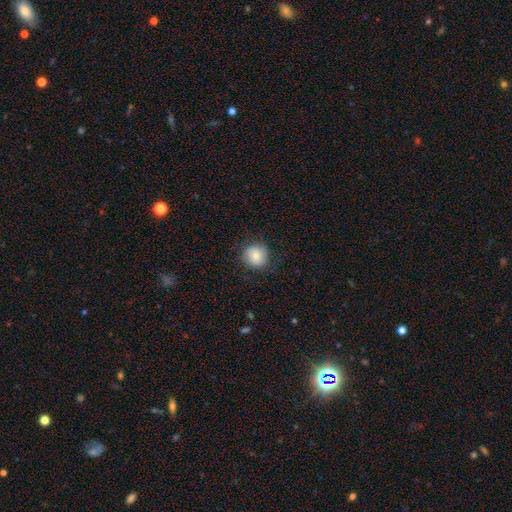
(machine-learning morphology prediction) Overall: smooth (80%). How rounded: round (88%). Merging: none (79%).